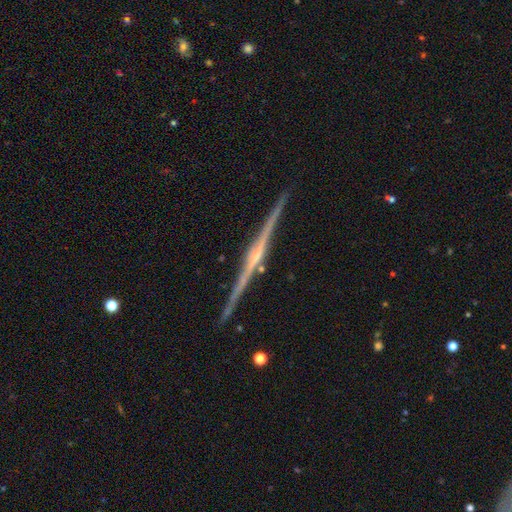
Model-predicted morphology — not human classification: A featured or disk galaxy (89%) viewed edge-on (99%) with a rounded central bulge (64%).

Vote fractions:
- Smooth or featured? featured or disk: 89% / smooth: 6% / star or artifact: 5%
- Edge-on disk? yes: 99% / no: 1%
- Edge-on bulge? rounded: 64% / none: 21% / boxy: 15%
- Merging? none: 91% / minor disturbance: 6% / merger: 1% / major disturbance: 1%